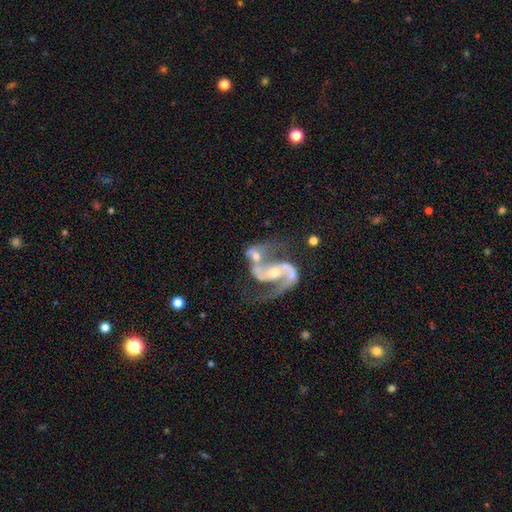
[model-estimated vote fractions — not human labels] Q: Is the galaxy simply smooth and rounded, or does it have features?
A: featured or disk — 85%.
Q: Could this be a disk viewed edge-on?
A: no — 97%.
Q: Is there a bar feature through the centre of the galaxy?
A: no — 49%.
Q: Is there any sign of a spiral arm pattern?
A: yes — 93%.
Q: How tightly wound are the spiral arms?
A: loose — 53%.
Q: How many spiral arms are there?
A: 2 — 86%.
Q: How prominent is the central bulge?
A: moderate — 47%.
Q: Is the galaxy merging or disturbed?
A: merger — 51%.